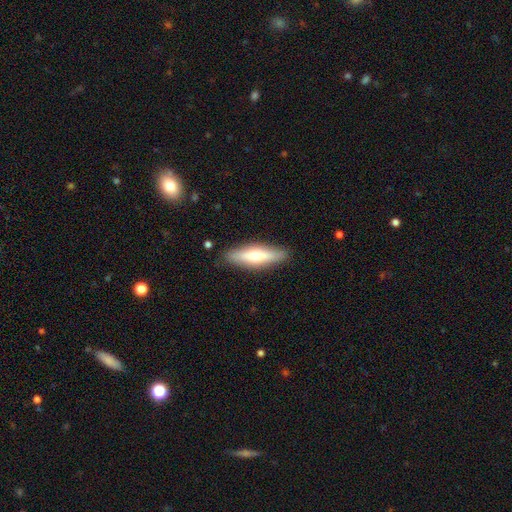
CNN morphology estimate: A smooth galaxy with no disk features (52%) that is cigar-shaped (64%).

Vote fractions:
- Smooth or featured? smooth: 52% / featured or disk: 42% / star or artifact: 6%
- How rounded? cigar-shaped: 64% / in between: 34% / round: 2%
- Merging? none: 87% / minor disturbance: 9% / major disturbance: 2% / merger: 1%